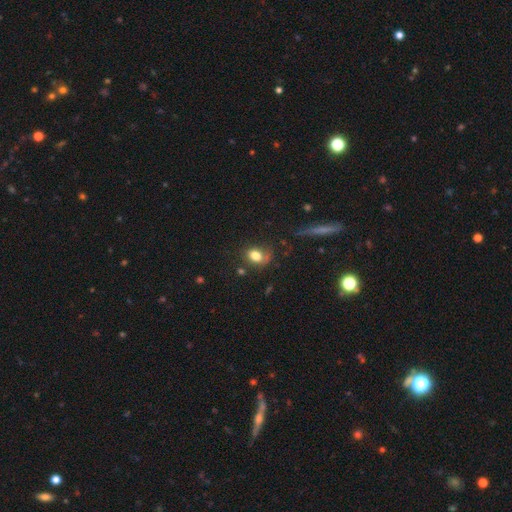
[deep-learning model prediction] Q: Smooth or featured?
A: smooth (77%); runner-up: featured or disk (12%)
Q: How rounded?
A: in between (61%); runner-up: round (38%)
Q: Merging?
A: none (57%); runner-up: minor disturbance (26%)